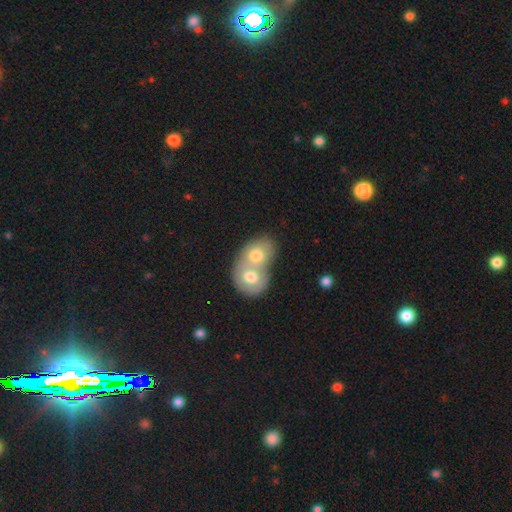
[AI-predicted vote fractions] smooth 64%, featured or disk 30%, star or artifact 6%. Down the decision tree: how rounded — in between (58%); merging — merger (77%).